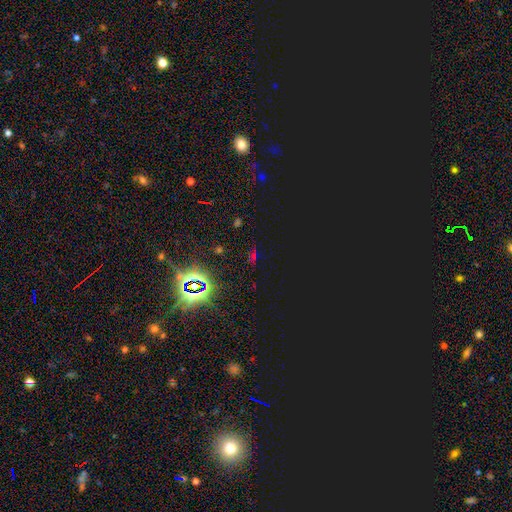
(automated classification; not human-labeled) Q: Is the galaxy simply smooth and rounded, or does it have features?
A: star or artifact — 77%.